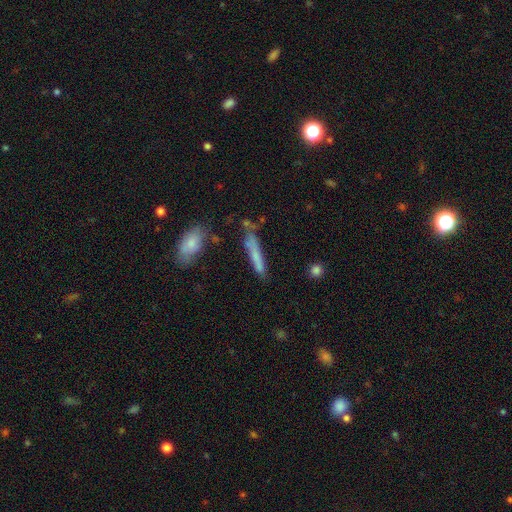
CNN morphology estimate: smooth_or_featured: smooth (p=0.64) [alt: featured or disk p=0.27]
how_rounded: cigar-shaped (p=0.89) [alt: in between p=0.09]
merging: none (p=0.59) [alt: minor disturbance p=0.22]